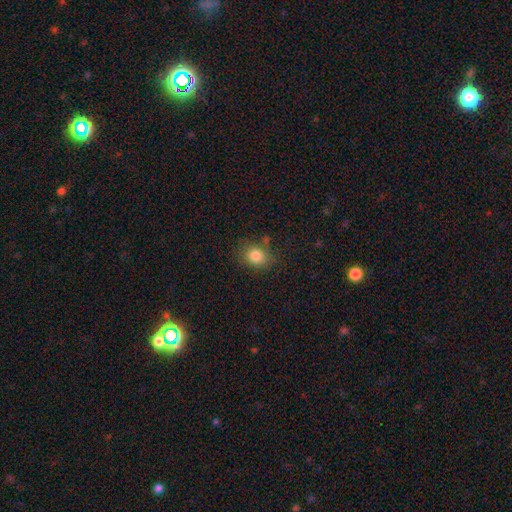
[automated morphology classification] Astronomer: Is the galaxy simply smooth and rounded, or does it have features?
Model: smooth — 83%.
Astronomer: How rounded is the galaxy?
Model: round — 52% (runner-up: in between, 47%).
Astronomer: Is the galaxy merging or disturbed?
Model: none — 74%.